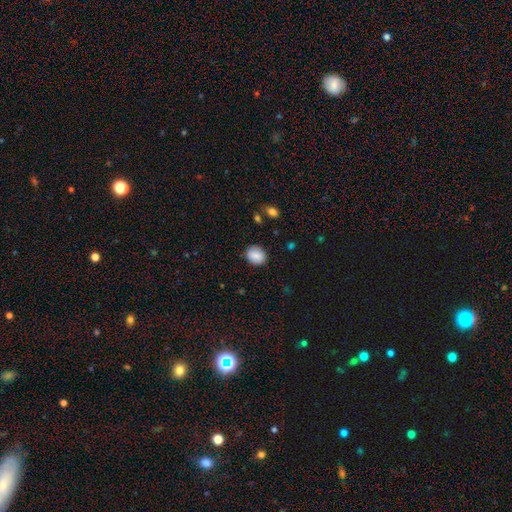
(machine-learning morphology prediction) smooth_or_featured: smooth (p=0.87) [alt: star or artifact p=0.08]
how_rounded: round (p=0.60) [alt: in between p=0.39]
merging: none (p=0.85) [alt: minor disturbance p=0.11]